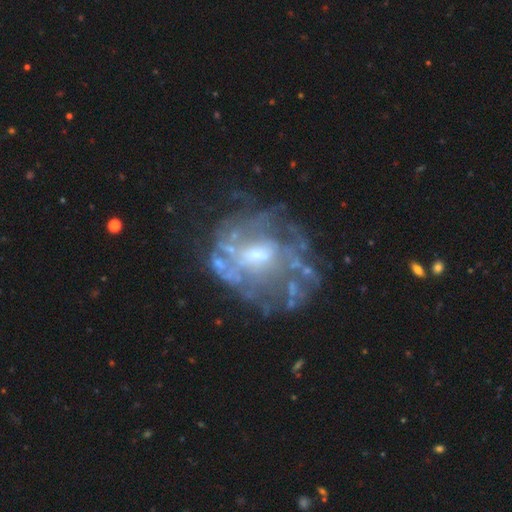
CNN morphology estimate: This appears to be a featured or disk galaxy (73%) with no bar (56%), no spiral arms (62%) and a moderate central bulge (47%). Merging: none (46%).